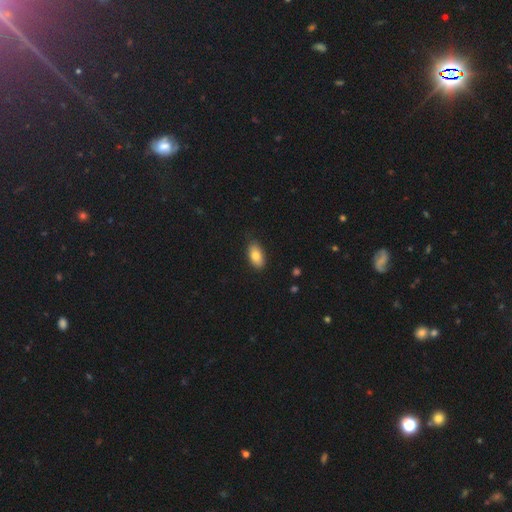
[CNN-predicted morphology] type=smooth (80%); roundness=in between (91%); merging=none (83%).